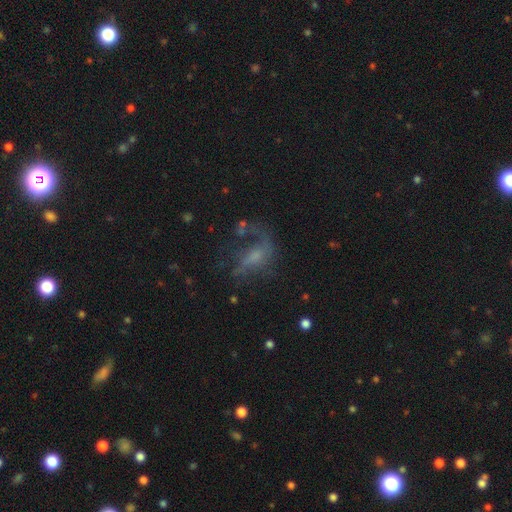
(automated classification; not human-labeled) smooth_or_featured: featured or disk (p=0.62) [alt: smooth p=0.23]
disk_edge_on: no (p=0.95) [alt: yes p=0.05]
bar: no (p=0.54) [alt: weak p=0.35]
has_spiral_arms: yes (p=0.70) [alt: no p=0.30]
bulge_size: small (p=0.36) [alt: none p=0.30]
merging: major disturbance (p=0.39) [alt: none p=0.38]